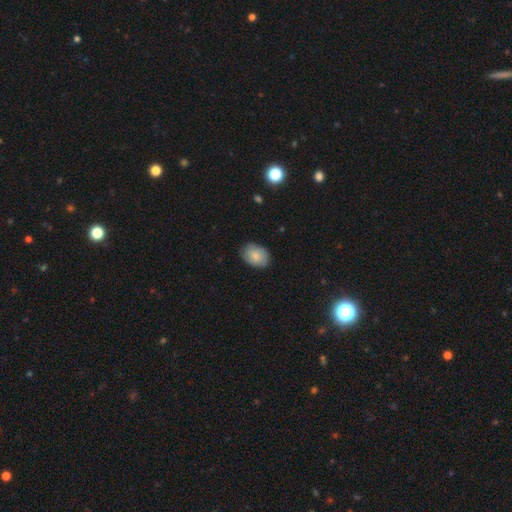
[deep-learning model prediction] This appears to be a smooth galaxy with no disk features (82%) that is in between round and cigar-shaped (75%). Merging: none (82%).